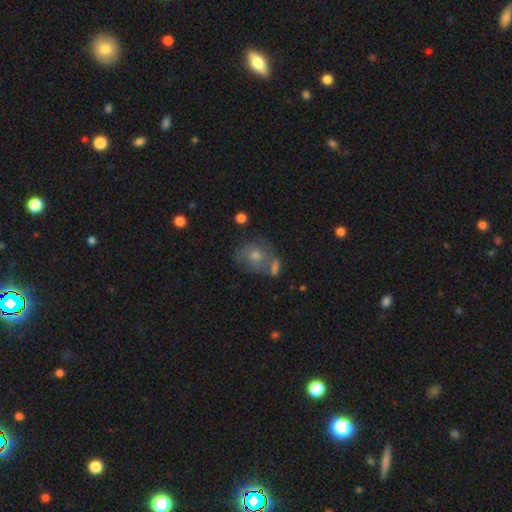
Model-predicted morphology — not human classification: Q: Smooth or featured?
A: featured or disk (41%); tied with: smooth (41%)
Q: Merging?
A: none (54%); runner-up: merger (22%)